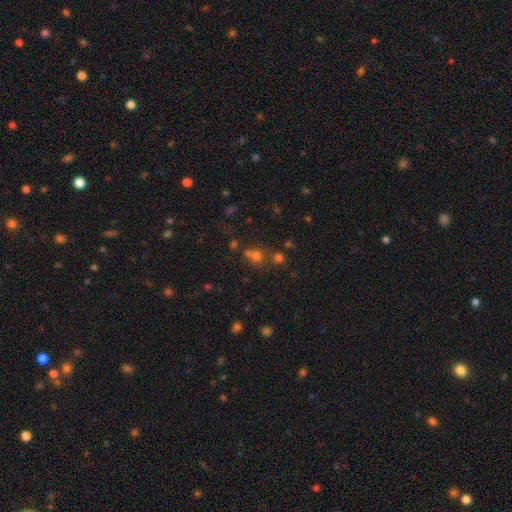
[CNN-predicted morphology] Smooth or featured? Predicted: smooth (p=0.56). How rounded? Predicted: round (p=0.85). Merging? Predicted: none (p=0.57).